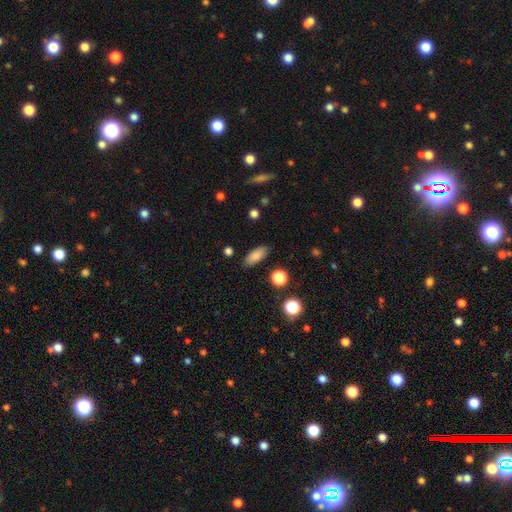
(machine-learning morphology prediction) The model was most divided on "how rounded": in between: 80%, cigar-shaped: 16%, round: 4%. More confident: merging — none (87%); smooth or featured — smooth (82%).